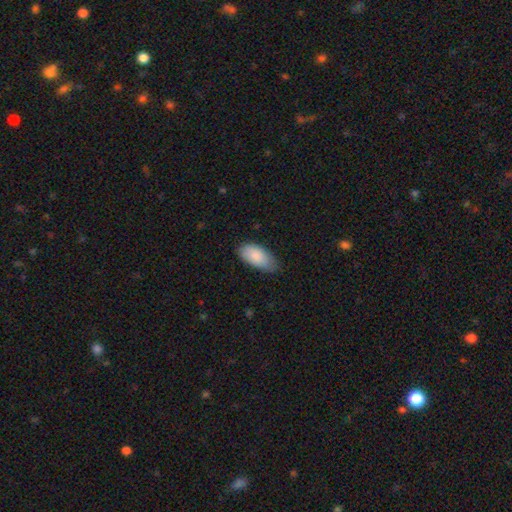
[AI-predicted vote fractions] Overall: smooth (87%). How rounded: in between (94%). Merging: none (67%; minor disturbance 28%).